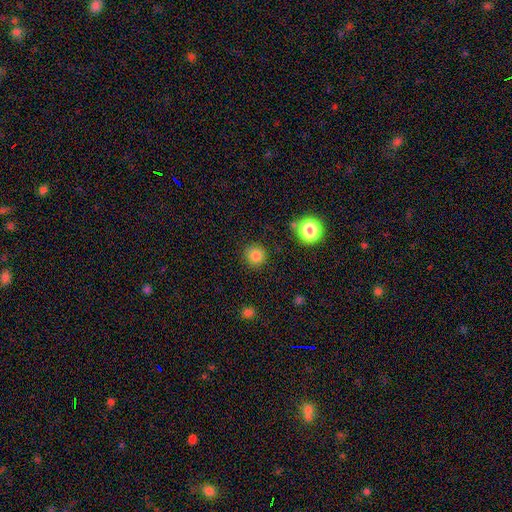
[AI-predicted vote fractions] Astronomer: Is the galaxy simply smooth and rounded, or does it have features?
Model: smooth — 83%.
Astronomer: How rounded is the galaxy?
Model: round — 94%.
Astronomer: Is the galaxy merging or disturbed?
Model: none — 88%.